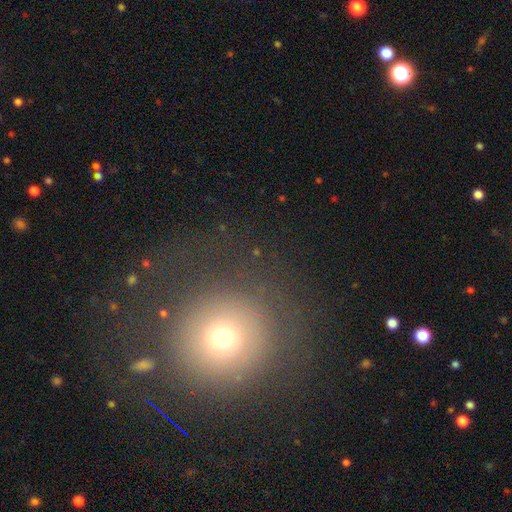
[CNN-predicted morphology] type=smooth (61%); roundness=round (94%); merging=none (73%).